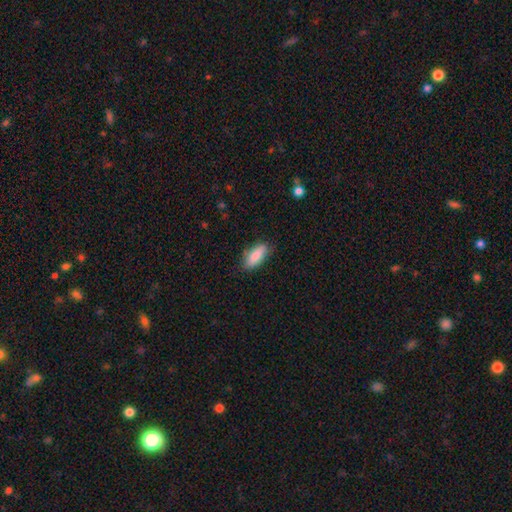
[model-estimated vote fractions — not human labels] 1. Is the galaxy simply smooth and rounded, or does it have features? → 87% smooth, 7% featured or disk, 6% star or artifact.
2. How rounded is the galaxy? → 80% in between, 18% cigar-shaped, 2% round.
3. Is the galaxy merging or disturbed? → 80% none, 15% minor disturbance, 3% major disturbance, 1% merger.